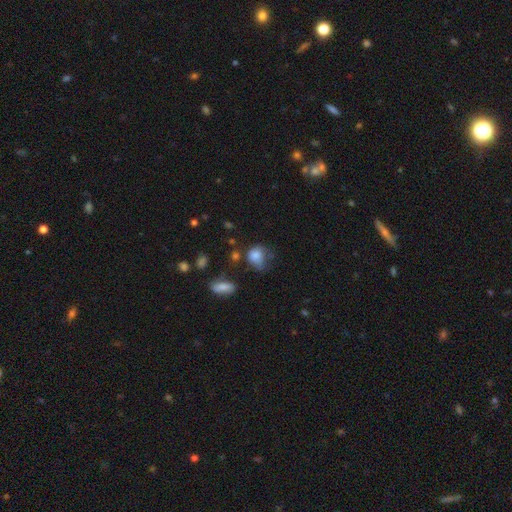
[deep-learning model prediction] Smooth or featured?
  - smooth: 77% *
  - featured or disk: 12%
  - star or artifact: 11%
How rounded?
  - round: 55% *
  - in between: 43%
  - cigar-shaped: 1%
Merging?
  - minor disturbance: 34% *
  - none: 33%
  - major disturbance: 25%
  - merger: 7%